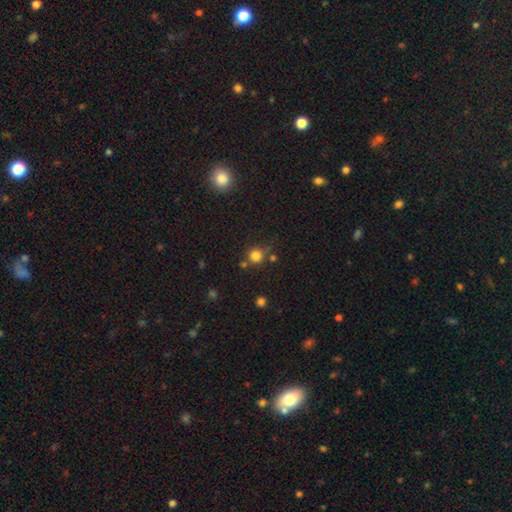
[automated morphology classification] Smooth or featured? Predicted: smooth (p=0.80). How rounded? Predicted: round (p=0.92). Merging? Predicted: none (p=0.70).